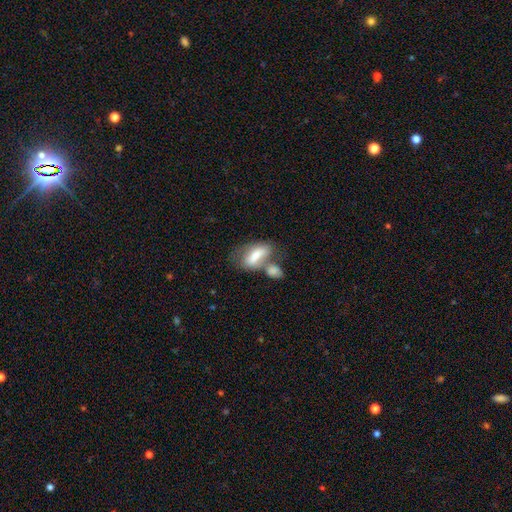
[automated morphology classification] smooth_or_featured: smooth (p=0.65) [alt: featured or disk p=0.28]
how_rounded: in between (p=0.84) [alt: cigar-shaped p=0.12]
merging: merger (p=0.45) [alt: none p=0.30]